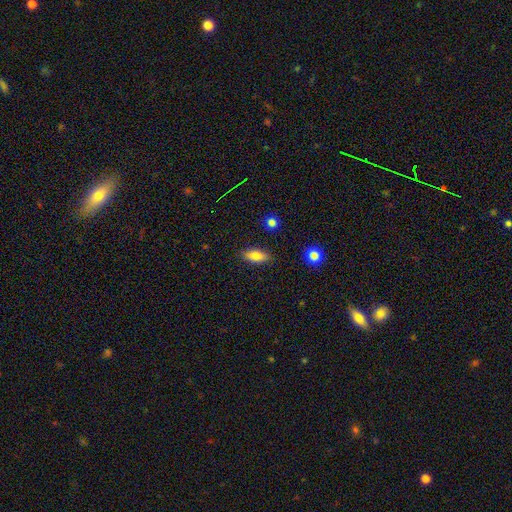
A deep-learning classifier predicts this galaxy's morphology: Overall: smooth (79%). How rounded: in between (84%). Merging: none (86%).